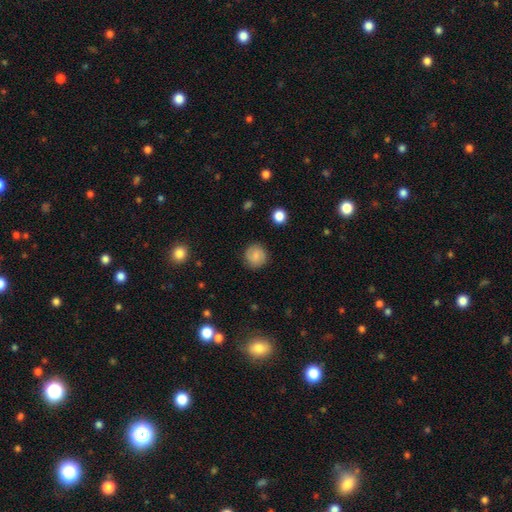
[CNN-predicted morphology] A smooth galaxy with no disk features (70%) that is round (92%).

Vote fractions:
- Smooth or featured? smooth: 70% / featured or disk: 22% / star or artifact: 9%
- How rounded? round: 92% / in between: 7% / cigar-shaped: 1%
- Merging? none: 86% / minor disturbance: 10% / major disturbance: 3% / merger: 1%